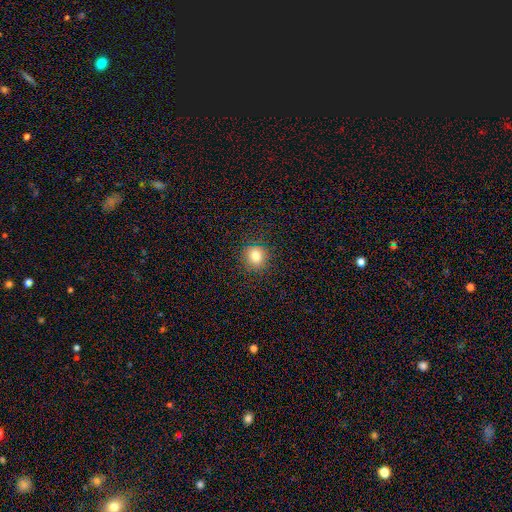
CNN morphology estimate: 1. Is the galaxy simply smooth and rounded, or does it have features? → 80% smooth, 13% star or artifact, 7% featured or disk.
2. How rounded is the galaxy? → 90% round, 9% in between, 1% cigar-shaped.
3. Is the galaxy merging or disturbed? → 90% none, 7% minor disturbance, 2% major disturbance, 1% merger.